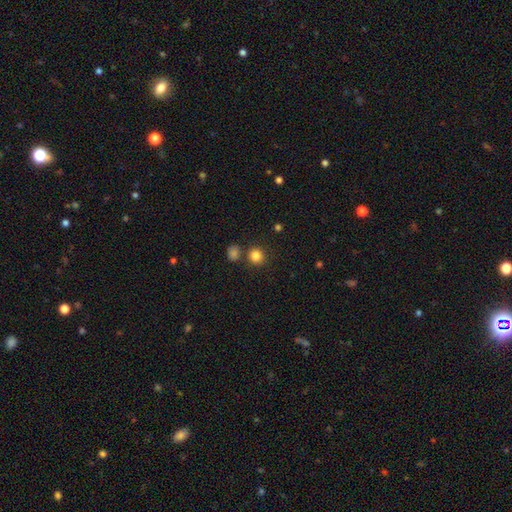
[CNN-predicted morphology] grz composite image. It shows a smooth galaxy with no disk features (83%) that is round (89%). Merging: none (79%).